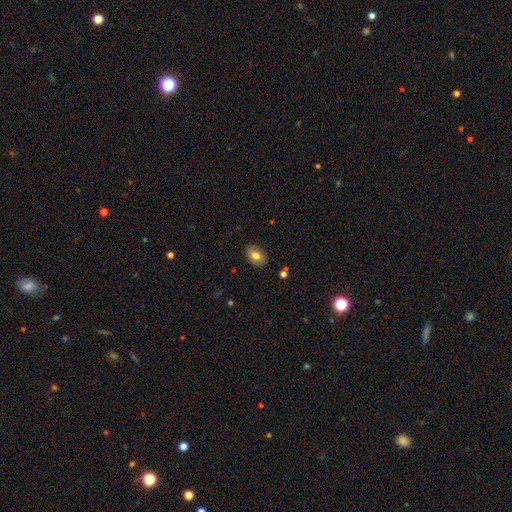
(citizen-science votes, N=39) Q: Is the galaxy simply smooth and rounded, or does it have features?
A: smooth — 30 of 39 (77%).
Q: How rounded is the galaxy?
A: in between — 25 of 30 (83%).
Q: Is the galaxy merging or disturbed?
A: none — 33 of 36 (92%).